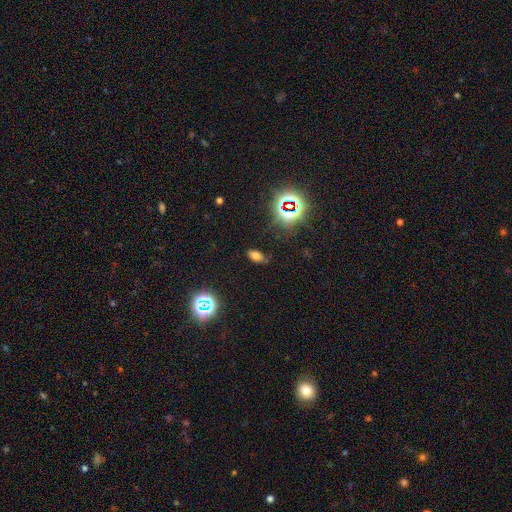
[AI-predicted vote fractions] Overall: smooth (63%; star or artifact 27%). How rounded: in between (87%). Merging: none (77%).